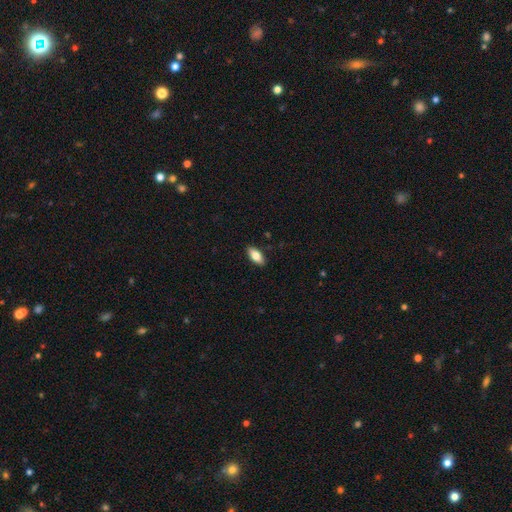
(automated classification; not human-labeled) Smooth or featured: smooth — 76% (featured or disk — 18%)
How rounded: in between — 84% (cigar-shaped — 13%)
Merging: none — 89% (minor disturbance — 8%)